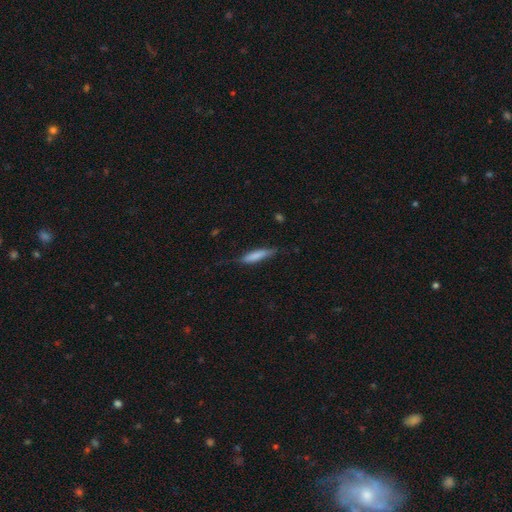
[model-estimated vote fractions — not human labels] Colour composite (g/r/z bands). It shows a smooth galaxy with no disk features (73%) that is cigar-shaped (81%). Merging: none (68%).